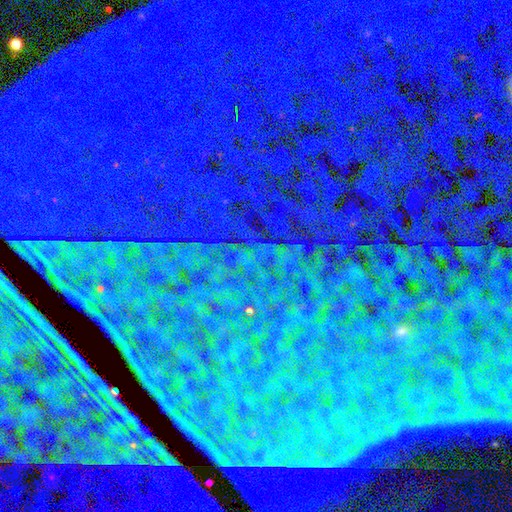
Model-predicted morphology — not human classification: A star or artifact, not a galaxy (86%).